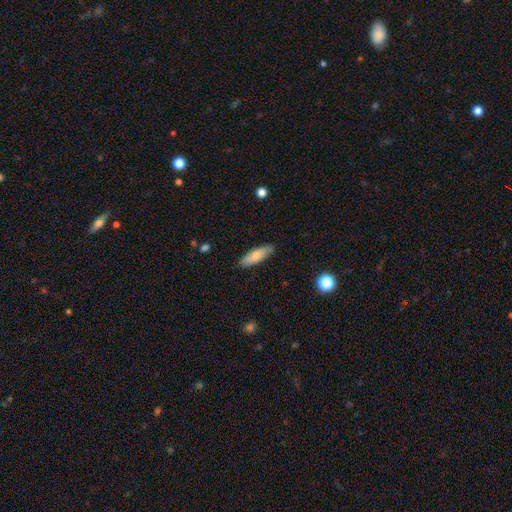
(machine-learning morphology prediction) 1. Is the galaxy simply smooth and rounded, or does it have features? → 73% smooth, 21% featured or disk, 6% star or artifact.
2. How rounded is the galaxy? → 53% in between, 44% cigar-shaped, 2% round.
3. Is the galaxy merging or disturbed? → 83% none, 13% minor disturbance, 2% major disturbance, 1% merger.